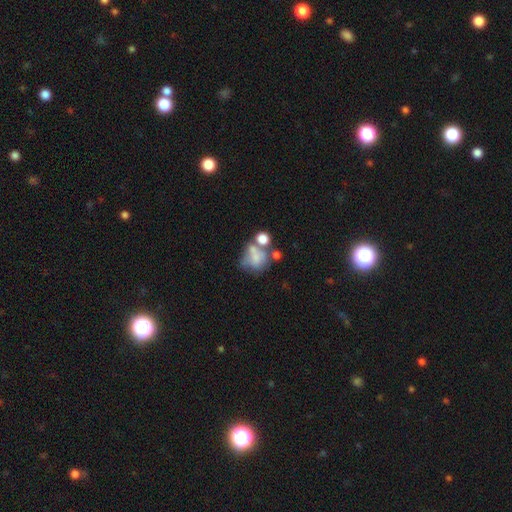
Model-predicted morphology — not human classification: Smooth or featured? smooth (55%)
How rounded? round (53%)
Merging? merger (40%)